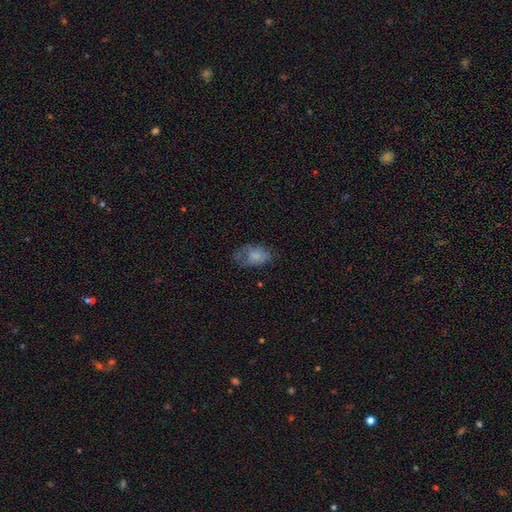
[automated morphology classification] smooth-or-featured: smooth: 70% | featured or disk: 20% | star or artifact: 10%
  how-rounded: in between: 88% | round: 10% | cigar-shaped: 2%
  merging: none: 43% | minor disturbance: 30% | major disturbance: 25% | merger: 2%